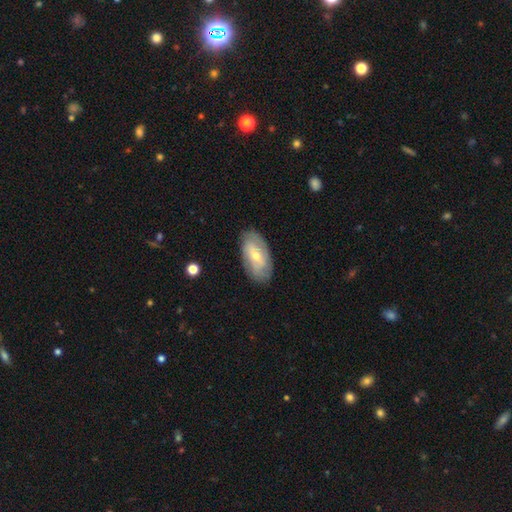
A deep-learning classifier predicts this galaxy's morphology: smooth-or-featured: featured or disk: 60% | smooth: 33% | star or artifact: 7%
  disk-edge-on: no: 90% | yes: 10%
    bar: no: 44% | weak: 40% | strong: 16%
    has-spiral-arms: yes: 71% | no: 29%
    bulge-size: small: 53% | moderate: 44% | large: 2% | none: 1% | dominant: 1%
  merging: none: 83% | minor disturbance: 13% | major disturbance: 3% | merger: 1%